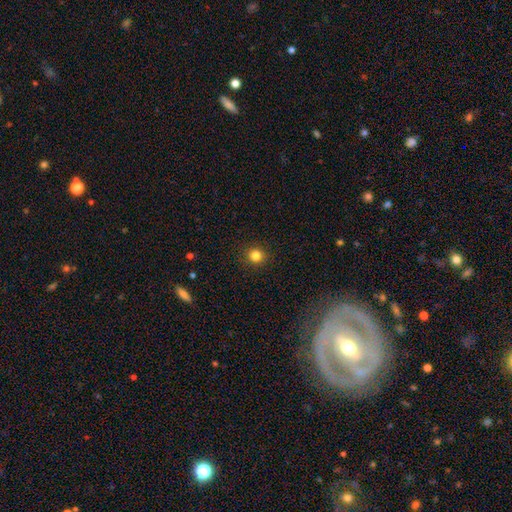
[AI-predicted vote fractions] A smooth galaxy with no disk features (83%) that is round (92%).

Vote fractions:
- Smooth or featured? smooth: 83% / star or artifact: 13% / featured or disk: 5%
- How rounded? round: 92% / in between: 7% / cigar-shaped: 1%
- Merging? none: 92% / minor disturbance: 5% / major disturbance: 2% / merger: 1%